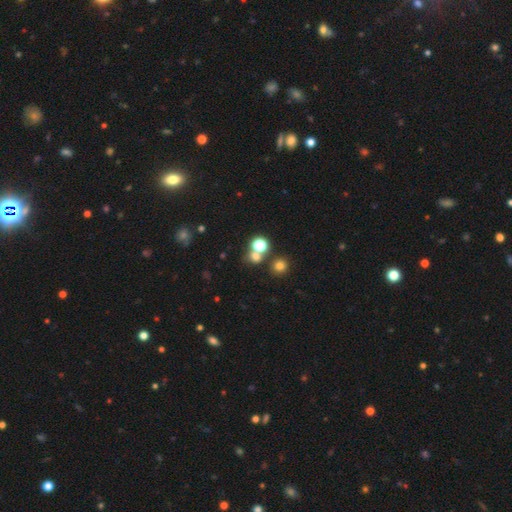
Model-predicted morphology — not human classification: Smooth or featured? Predicted: smooth (p=0.66). How rounded? Predicted: round (p=0.80). Merging? Predicted: none (p=0.58).